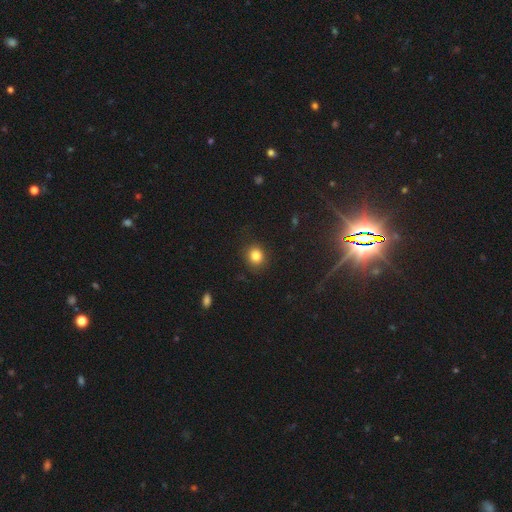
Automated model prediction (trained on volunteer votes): Smooth or featured: smooth — 83% (star or artifact — 11%)
How rounded: round — 80% (in between — 19%)
Merging: none — 87% (minor disturbance — 9%)